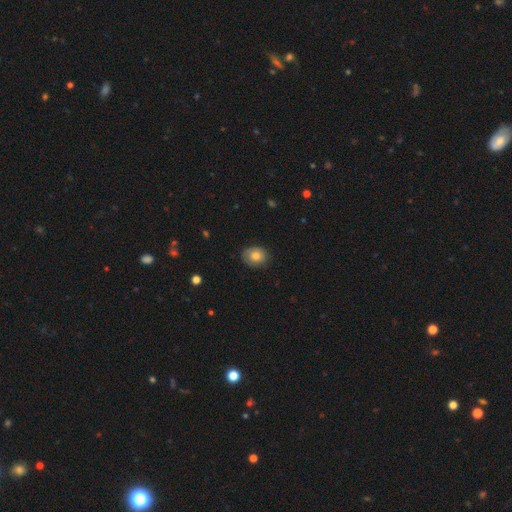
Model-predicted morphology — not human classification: Smooth or featured: smooth — 74% (featured or disk — 18%)
How rounded: in between — 55% (round — 44%)
Merging: none — 80% (minor disturbance — 16%)